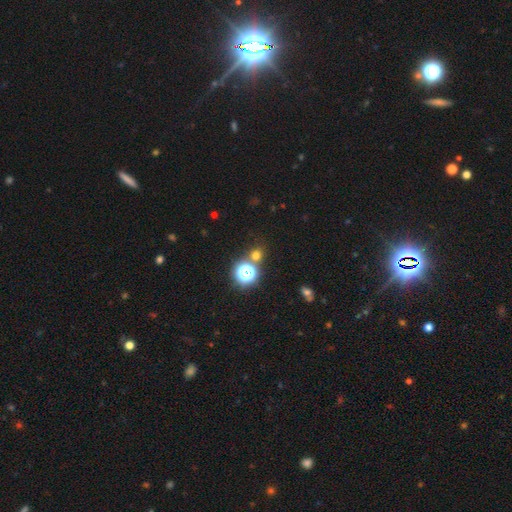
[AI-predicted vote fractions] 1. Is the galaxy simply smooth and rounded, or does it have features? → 60% smooth, 34% star or artifact, 6% featured or disk.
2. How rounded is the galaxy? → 87% round, 12% in between, 1% cigar-shaped.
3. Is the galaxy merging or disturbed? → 75% none, 14% merger, 7% minor disturbance, 4% major disturbance.